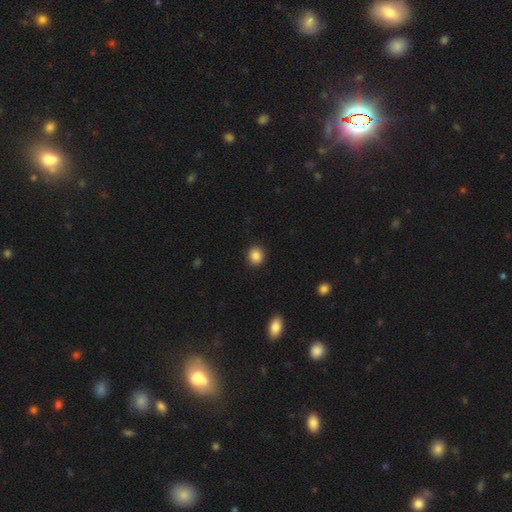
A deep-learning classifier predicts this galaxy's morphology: smooth_or_featured: smooth (p=0.86) [alt: star or artifact p=0.10]
how_rounded: round (p=0.85) [alt: in between p=0.14]
merging: none (p=0.92) [alt: minor disturbance p=0.06]